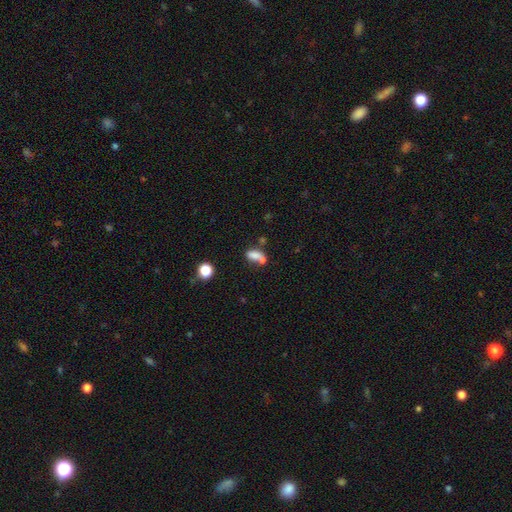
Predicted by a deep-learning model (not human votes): smooth-or-featured: smooth: 73% | featured or disk: 15% | star or artifact: 12%
  how-rounded: in between: 81% | round: 10% | cigar-shaped: 8%
  merging: merger: 41% | none: 31% | minor disturbance: 16% | major disturbance: 13%